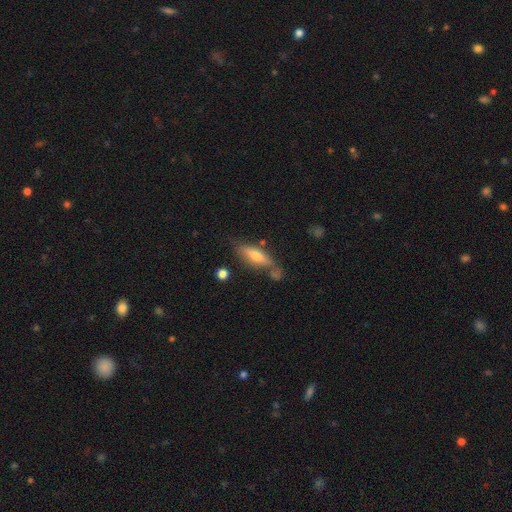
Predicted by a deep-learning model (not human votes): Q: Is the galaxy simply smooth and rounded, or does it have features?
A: smooth — 51%.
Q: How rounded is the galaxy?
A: cigar-shaped — 58%.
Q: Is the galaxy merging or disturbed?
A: none — 63%.